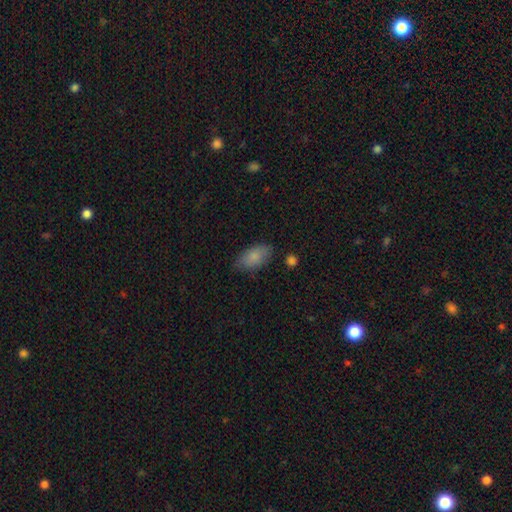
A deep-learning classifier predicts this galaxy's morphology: Overall: smooth (85%). How rounded: in between (93%). Merging: none (77%).